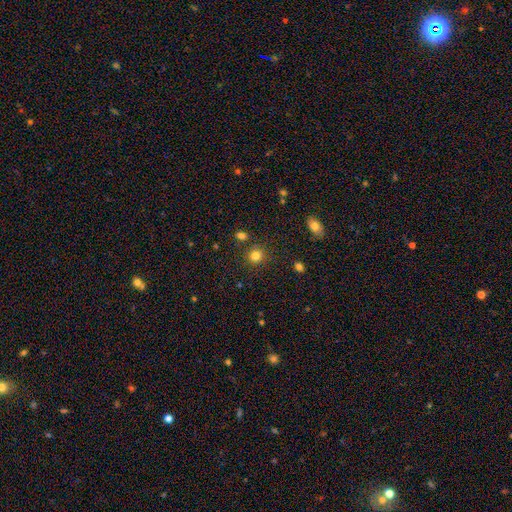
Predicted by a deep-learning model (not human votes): This appears to be a smooth galaxy with no disk features (81%) that is round (85%). Merging: none (82%).